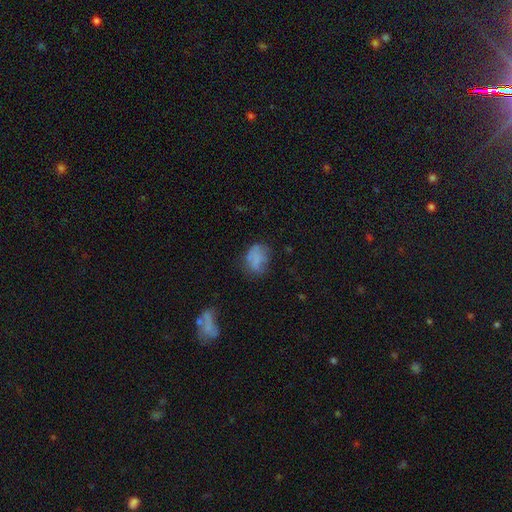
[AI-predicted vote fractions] Overall: smooth (68%). How rounded: in between (61%; round 37%). Merging: none (50%; minor disturbance 28%).